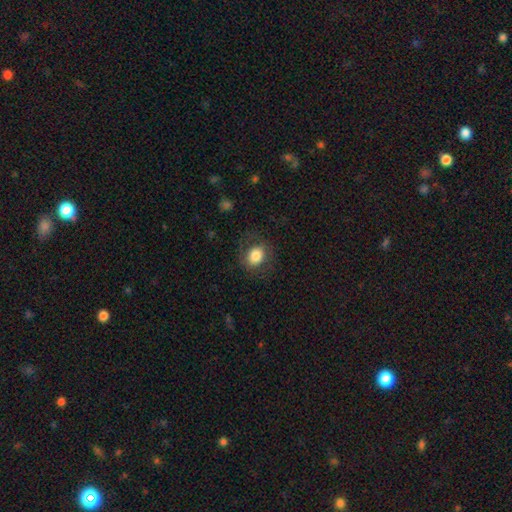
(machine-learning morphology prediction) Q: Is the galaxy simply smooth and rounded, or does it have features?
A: smooth — 79%.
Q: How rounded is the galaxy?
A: round — 58%.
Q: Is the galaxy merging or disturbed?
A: none — 76%.